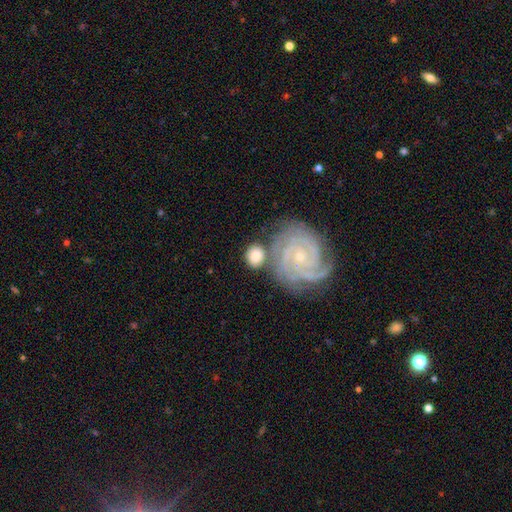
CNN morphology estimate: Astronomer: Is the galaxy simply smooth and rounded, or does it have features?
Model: featured or disk — 49% (runner-up: smooth, 44%).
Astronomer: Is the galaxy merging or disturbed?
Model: none — 60%.